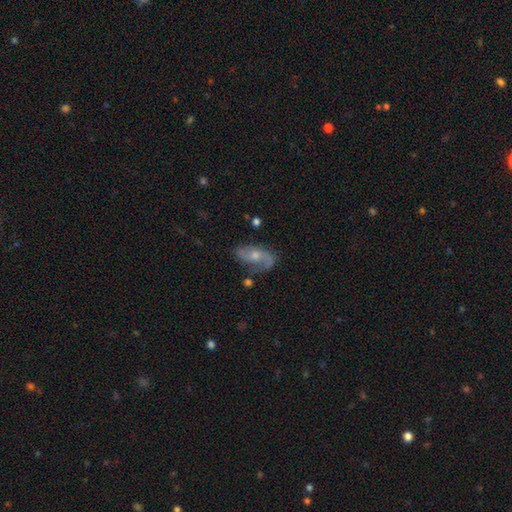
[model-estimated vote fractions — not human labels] Smooth or featured: featured or disk — 73% (smooth — 20%)
Edge-on disk: no — 94% (yes — 6%)
Bar: no — 63% (weak — 30%)
Spiral arms: yes — 91% (no — 9%)
Spiral winding: loose — 55% (medium — 33%)
Spiral arm count: 2 — 83% (1 — 7%)
Bulge size: moderate — 51% (small — 42%)
Merging: none — 64% (minor disturbance — 21%)